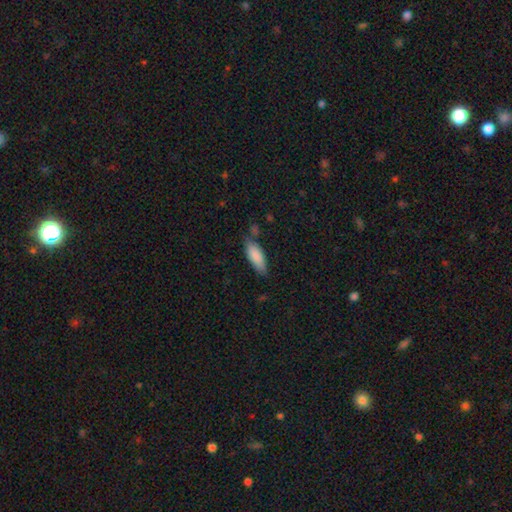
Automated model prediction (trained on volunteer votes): Smooth or featured: smooth — 86% (featured or disk — 8%)
How rounded: in between — 70% (cigar-shaped — 28%)
Merging: none — 67% (minor disturbance — 23%)